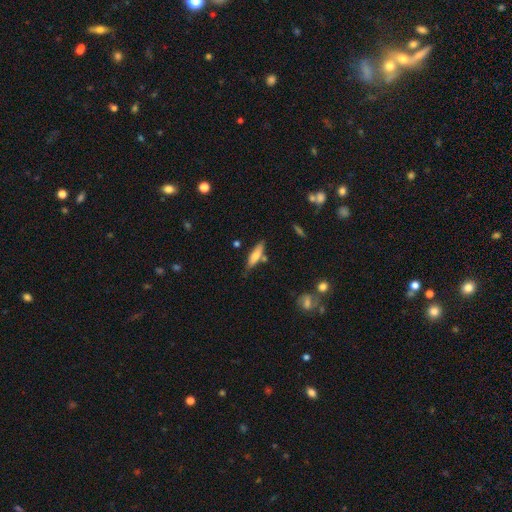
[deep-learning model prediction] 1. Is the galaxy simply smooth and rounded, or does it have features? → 72% smooth, 21% featured or disk, 7% star or artifact.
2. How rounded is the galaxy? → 65% cigar-shaped, 33% in between, 2% round.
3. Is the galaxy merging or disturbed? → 70% none, 19% minor disturbance, 8% merger, 4% major disturbance.